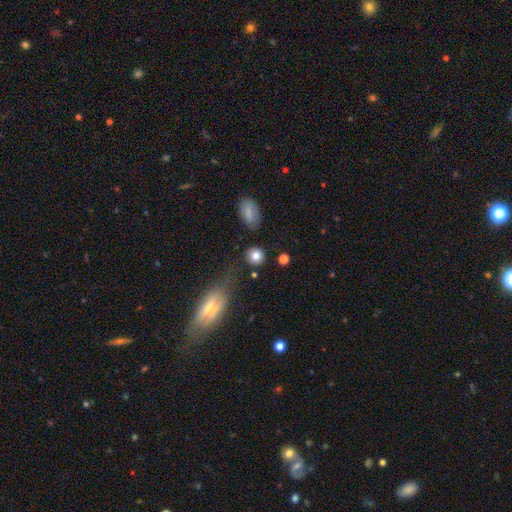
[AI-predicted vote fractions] This is clearly a smooth galaxy (82%). How rounded: clearly round (87%). Merging: clearly none (82%).